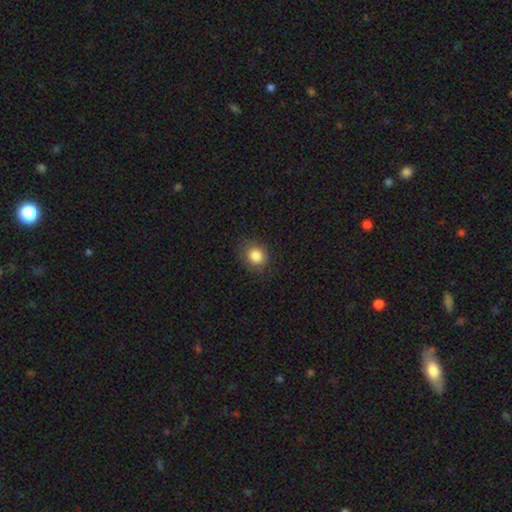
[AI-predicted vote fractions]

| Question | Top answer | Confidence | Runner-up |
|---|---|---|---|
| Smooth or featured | smooth | 85% | star or artifact (10%) |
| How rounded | round | 74% | in between (25%) |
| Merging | none | 85% | minor disturbance (11%) |